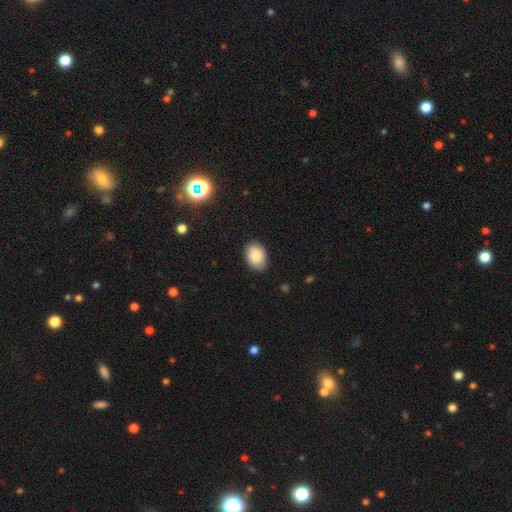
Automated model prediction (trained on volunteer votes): This is clearly a smooth galaxy (84%). How rounded: likely in between (79%). Merging: clearly none (85%).